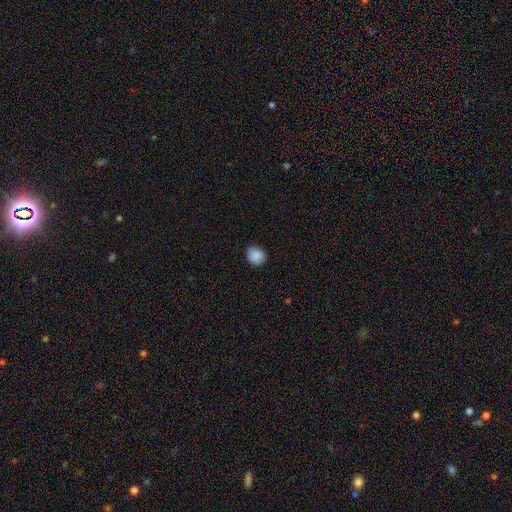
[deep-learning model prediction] Morphology: type=smooth (88%); roundness=round (79%); merging=none (84%).